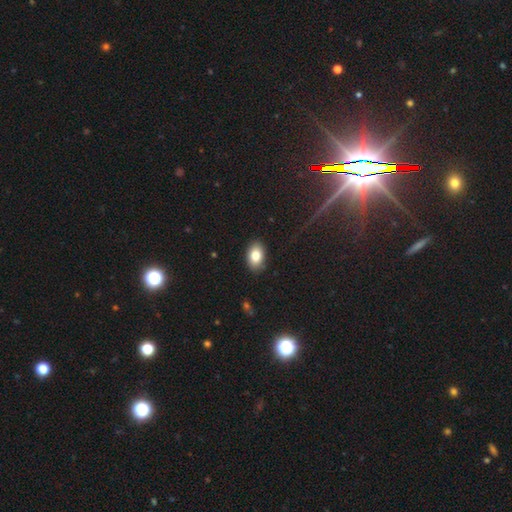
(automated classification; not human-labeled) smooth-or-featured: smooth: 82% | featured or disk: 10% | star or artifact: 8%
  how-rounded: in between: 88% | round: 11% | cigar-shaped: 1%
  merging: none: 87% | minor disturbance: 10% | major disturbance: 2% | merger: 1%